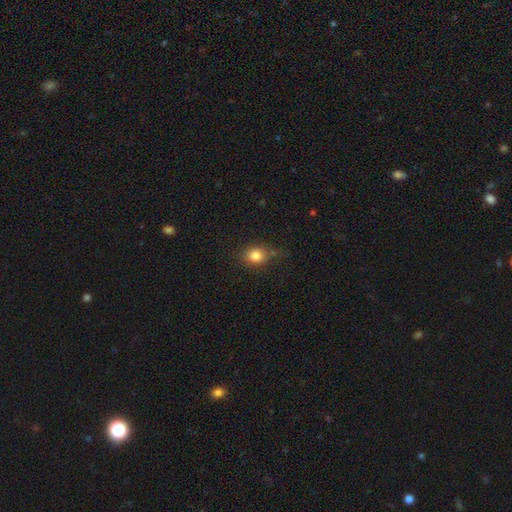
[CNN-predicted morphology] A smooth galaxy with no disk features (82%) that is round (61%). Merging: none (74%).